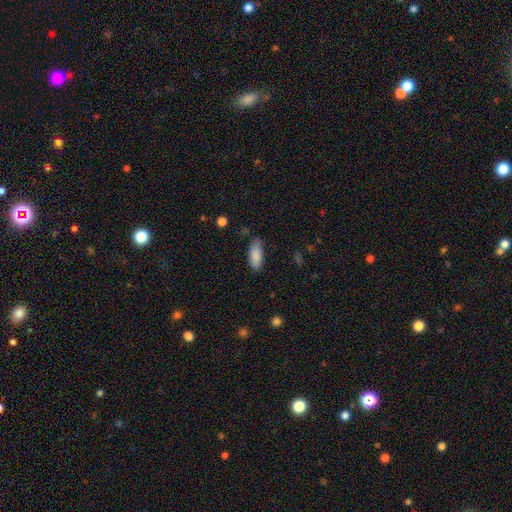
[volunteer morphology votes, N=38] Smooth or featured? 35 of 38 (92%) said smooth. How rounded? 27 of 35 (77%) said in between. Merging? 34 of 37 (92%) said none.